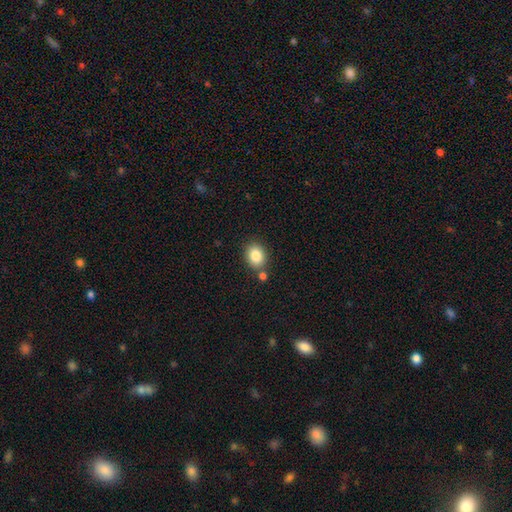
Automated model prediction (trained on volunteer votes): smooth 84%, star or artifact 9%, featured or disk 7%. Down the decision tree: how rounded — in between (50%); merging — none (75%).